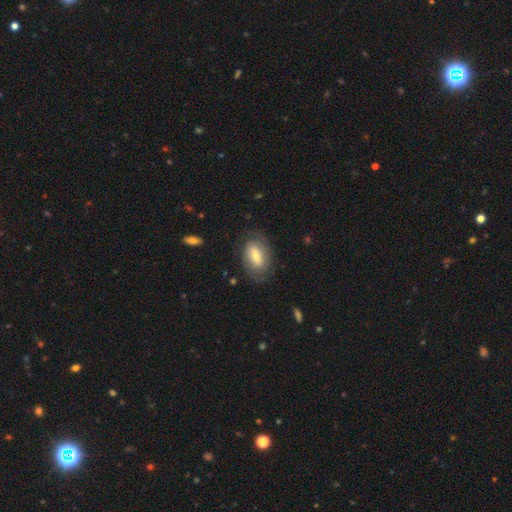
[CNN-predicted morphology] smooth-or-featured: smooth: 48% | featured or disk: 45% | star or artifact: 7%
  merging: none: 76% | minor disturbance: 15% | major disturbance: 7% | merger: 1%